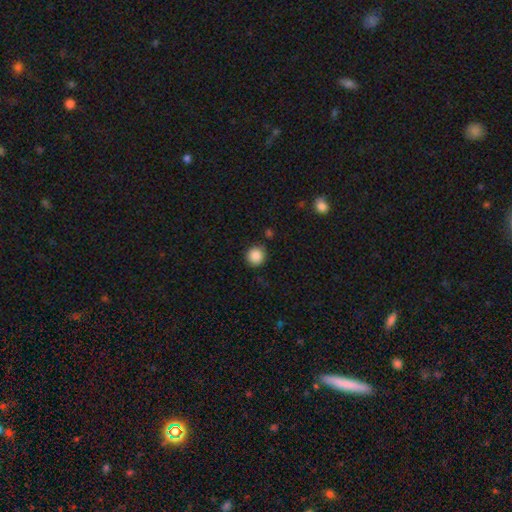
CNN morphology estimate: Overall: smooth (88%). How rounded: round (94%). Merging: none (85%).